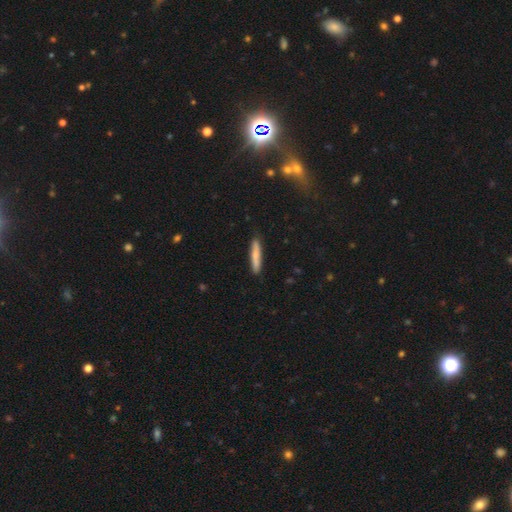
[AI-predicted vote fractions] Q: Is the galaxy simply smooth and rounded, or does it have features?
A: smooth — 73%.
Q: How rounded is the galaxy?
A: cigar-shaped — 91%.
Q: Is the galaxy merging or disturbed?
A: none — 87%.